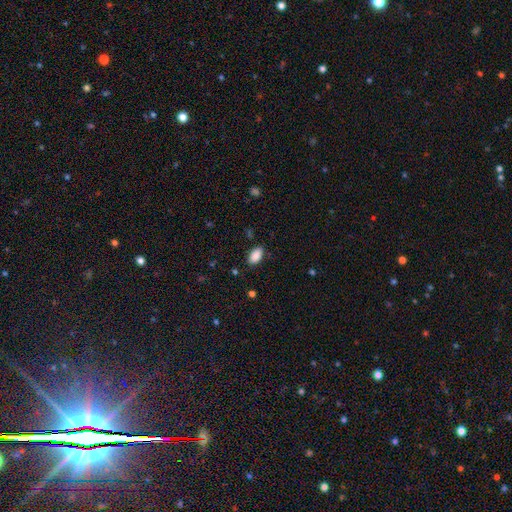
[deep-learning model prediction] This is clearly a smooth galaxy (89%). How rounded: clearly in between (94%). Merging: clearly none (85%).